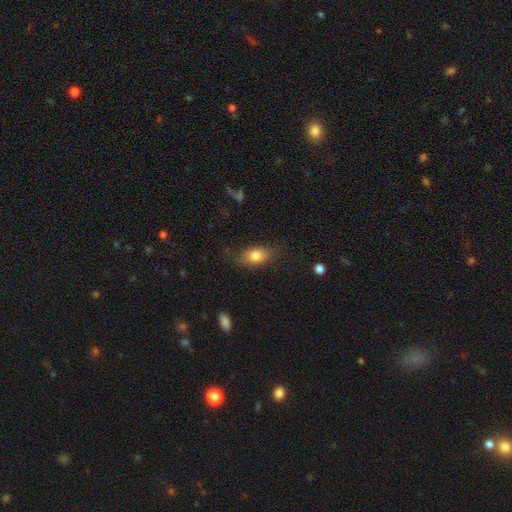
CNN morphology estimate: smooth-or-featured: smooth: 79% | featured or disk: 12% | star or artifact: 8%
  how-rounded: in between: 81% | round: 14% | cigar-shaped: 6%
  merging: none: 73% | minor disturbance: 19% | major disturbance: 6% | merger: 2%